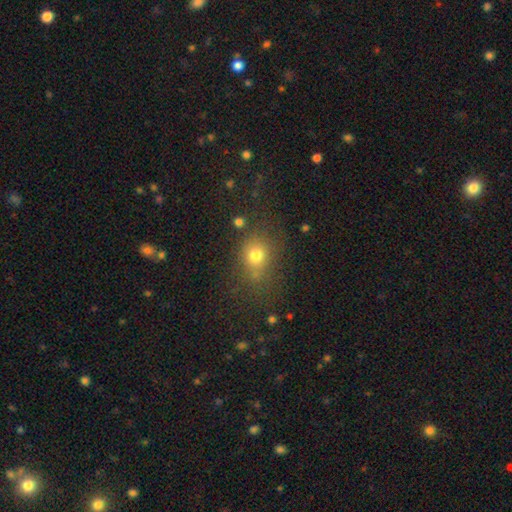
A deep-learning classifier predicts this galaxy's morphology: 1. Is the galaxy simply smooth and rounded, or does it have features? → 74% smooth, 17% star or artifact, 9% featured or disk.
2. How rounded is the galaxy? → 63% round, 35% in between, 2% cigar-shaped.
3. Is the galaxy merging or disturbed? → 66% none, 18% minor disturbance, 10% major disturbance, 7% merger.